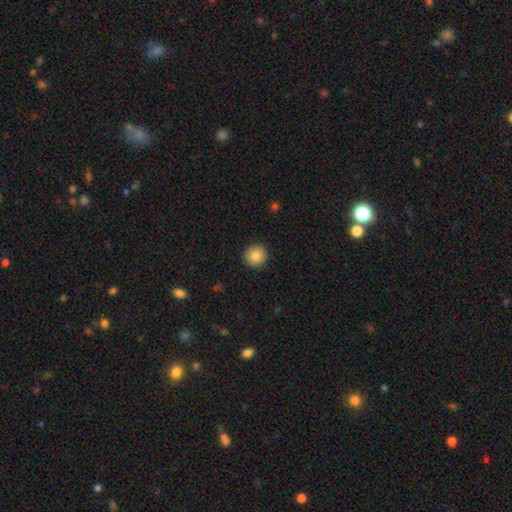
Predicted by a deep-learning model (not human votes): Smooth or featured: smooth — 85% (star or artifact — 9%)
How rounded: round — 95% (in between — 4%)
Merging: none — 92% (minor disturbance — 5%)